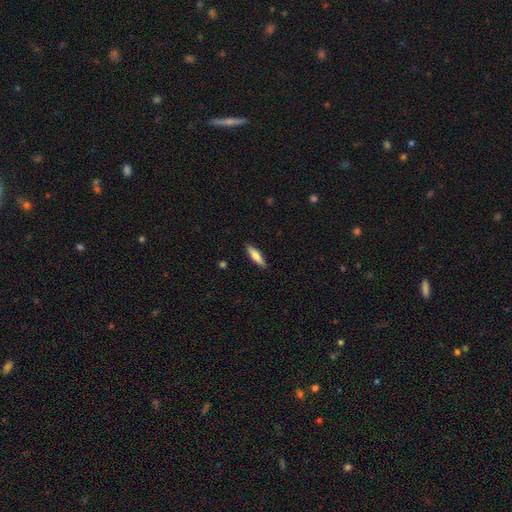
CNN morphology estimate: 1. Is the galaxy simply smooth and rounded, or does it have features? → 72% smooth, 22% featured or disk, 6% star or artifact.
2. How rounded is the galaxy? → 68% cigar-shaped, 31% in between, 2% round.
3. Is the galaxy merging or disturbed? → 89% none, 8% minor disturbance, 2% major disturbance, 1% merger.